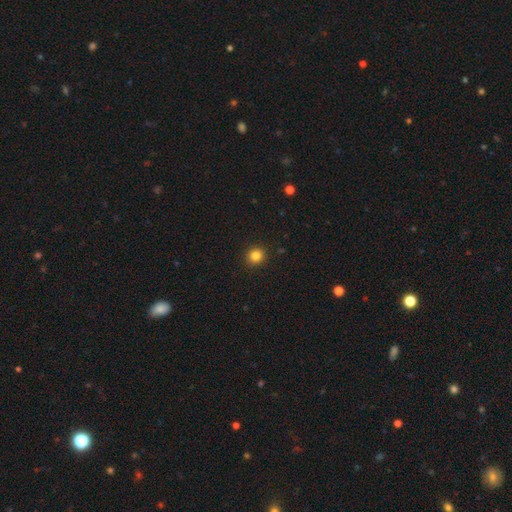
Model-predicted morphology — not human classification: Smooth or featured?
  - smooth: 83% *
  - star or artifact: 12%
  - featured or disk: 4%
How rounded?
  - round: 89% *
  - in between: 11%
  - cigar-shaped: 1%
Merging?
  - none: 92% *
  - minor disturbance: 5%
  - major disturbance: 2%
  - merger: 1%